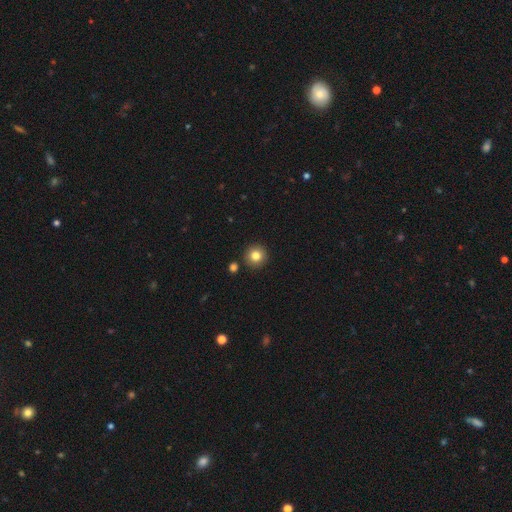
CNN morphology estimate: Smooth or featured?
  - smooth: 82% *
  - star or artifact: 11%
  - featured or disk: 7%
How rounded?
  - round: 94% *
  - in between: 5%
  - cigar-shaped: 1%
Merging?
  - none: 89% *
  - minor disturbance: 6%
  - merger: 3%
  - major disturbance: 2%